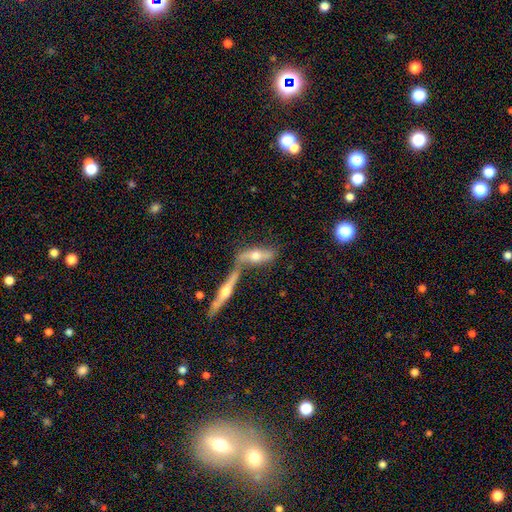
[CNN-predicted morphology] Smooth or featured? featured or disk (63%)
Edge-on disk? yes (80%)
Edge-on bulge? rounded (93%)
Merging? merger (44%)